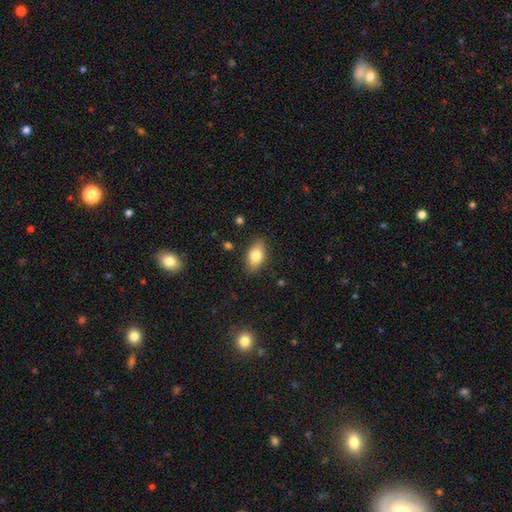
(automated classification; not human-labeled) smooth_or_featured: smooth (p=0.78) [alt: featured or disk p=0.15]
how_rounded: in between (p=0.87) [alt: round p=0.08]
merging: none (p=0.85) [alt: minor disturbance p=0.11]